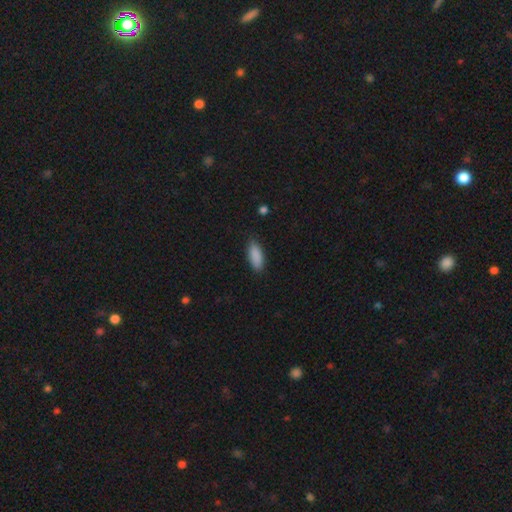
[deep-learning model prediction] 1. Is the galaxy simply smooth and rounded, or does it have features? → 89% smooth, 7% star or artifact, 4% featured or disk.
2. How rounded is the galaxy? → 82% in between, 16% cigar-shaped, 2% round.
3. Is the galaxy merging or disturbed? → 84% none, 12% minor disturbance, 2% major disturbance, 1% merger.